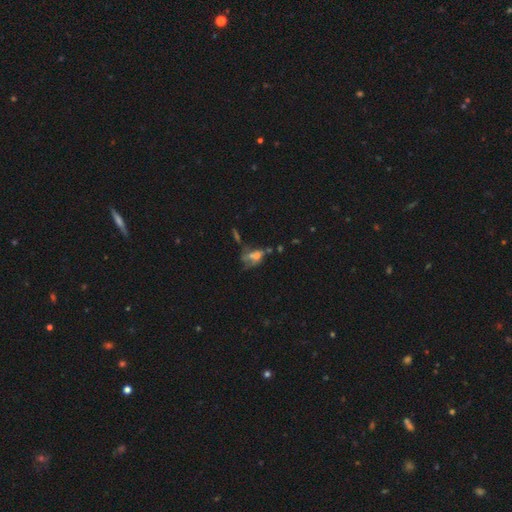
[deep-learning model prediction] Smooth or featured? Predicted: smooth (p=0.42). Merging? Predicted: merger (p=0.33).